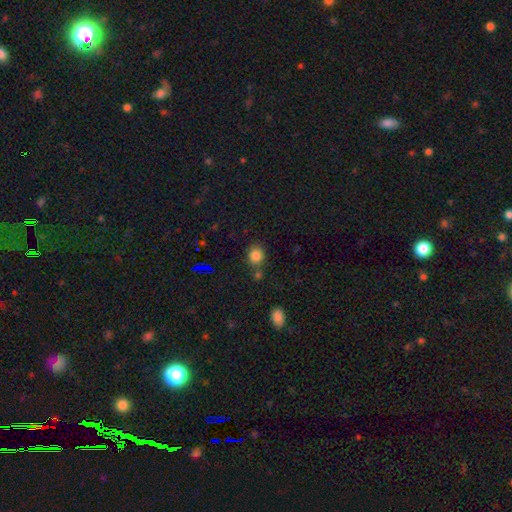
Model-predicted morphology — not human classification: This appears to be a smooth galaxy with no disk features (80%) that is round (76%). Merging: none (73%).